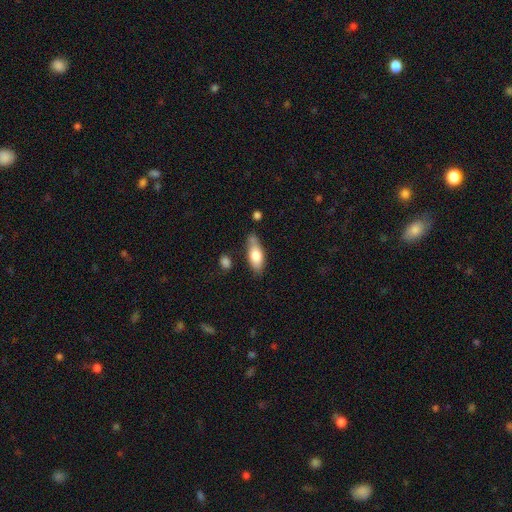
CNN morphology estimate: Smooth or featured: smooth — 74% (featured or disk — 20%)
How rounded: in between — 71% (cigar-shaped — 26%)
Merging: none — 66% (minor disturbance — 23%)